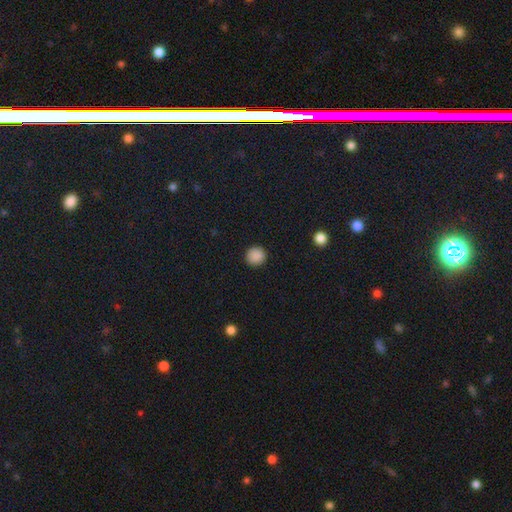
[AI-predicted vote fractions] Morphology: type=smooth (88%); roundness=round (94%); merging=none (92%).